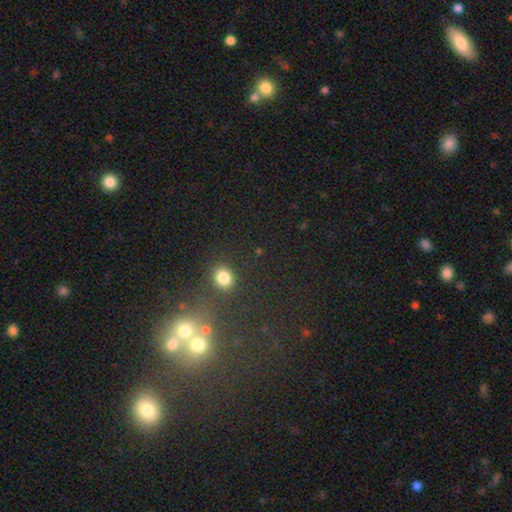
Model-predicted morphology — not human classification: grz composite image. It shows a smooth galaxy with no disk features (47%). Merging: none (68%).